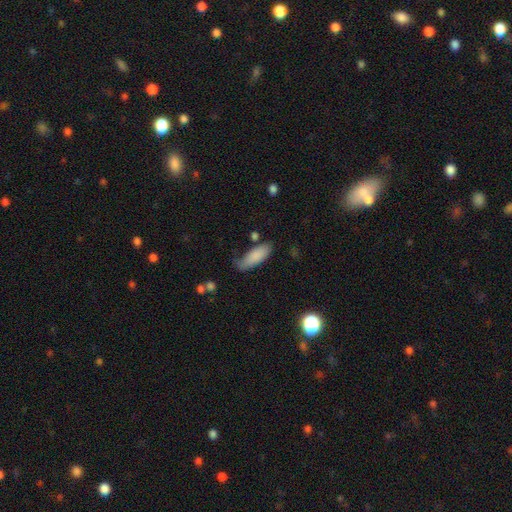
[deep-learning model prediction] smooth_or_featured: smooth (p=0.83) [alt: featured or disk p=0.10]
how_rounded: in between (p=0.69) [alt: cigar-shaped p=0.29]
merging: none (p=0.52) [alt: minor disturbance p=0.32]